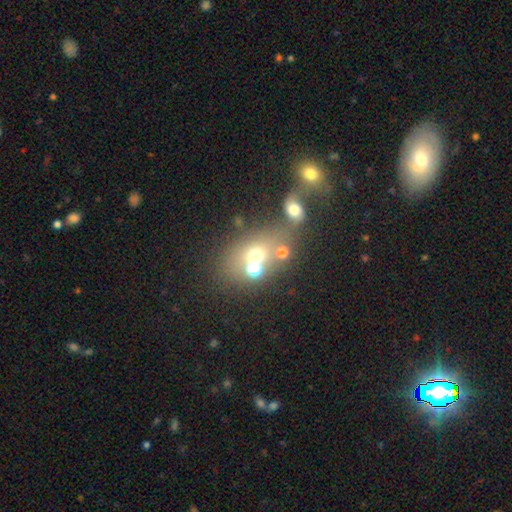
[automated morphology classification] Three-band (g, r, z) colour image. It shows a smooth galaxy with no disk features (56%) that is round (57%). Merging: none (45%).